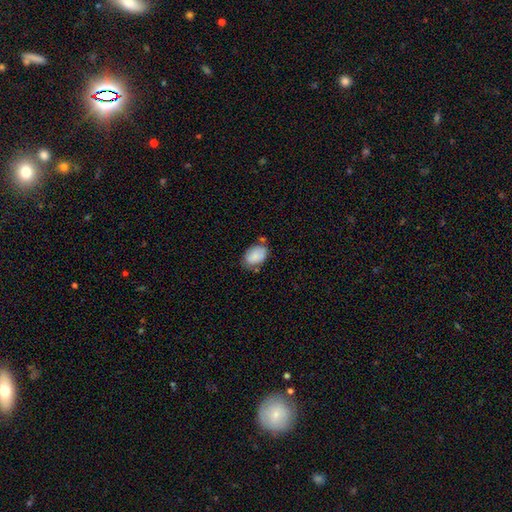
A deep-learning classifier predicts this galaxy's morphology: Overall: smooth (84%). How rounded: in between (87%). Merging: none (61%; minor disturbance 26%).